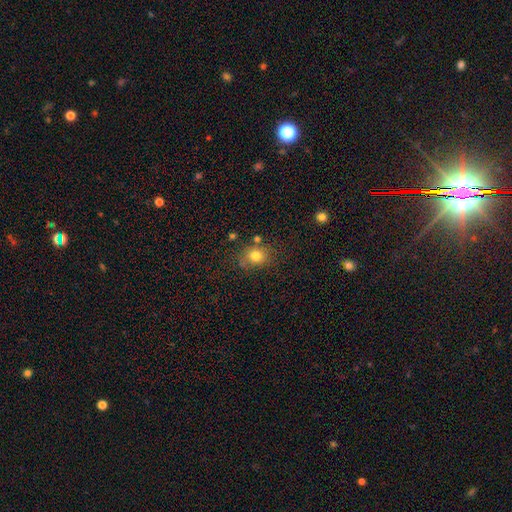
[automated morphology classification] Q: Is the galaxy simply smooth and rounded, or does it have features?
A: smooth — 79%.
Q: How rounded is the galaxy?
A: round — 61%.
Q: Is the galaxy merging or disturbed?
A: none — 70%.